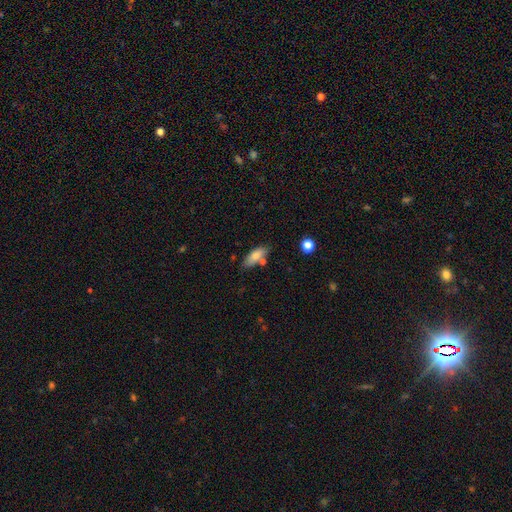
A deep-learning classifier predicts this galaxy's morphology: A smooth galaxy with no disk features (79%) that is in between round and cigar-shaped (75%). Merging: none (71%).